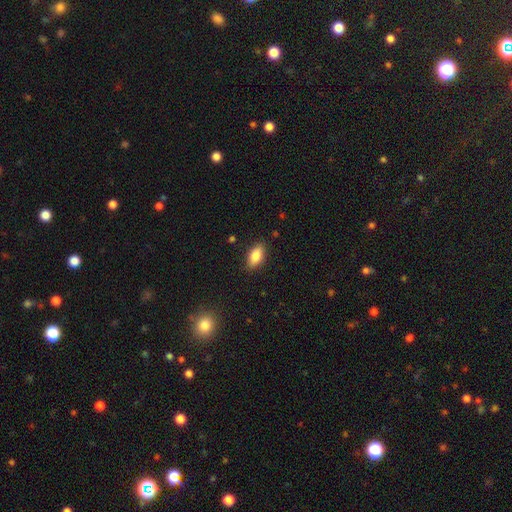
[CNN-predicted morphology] Q: Smooth or featured?
A: smooth (84%); runner-up: featured or disk (9%)
Q: How rounded?
A: in between (89%); runner-up: cigar-shaped (7%)
Q: Merging?
A: none (85%); runner-up: minor disturbance (11%)